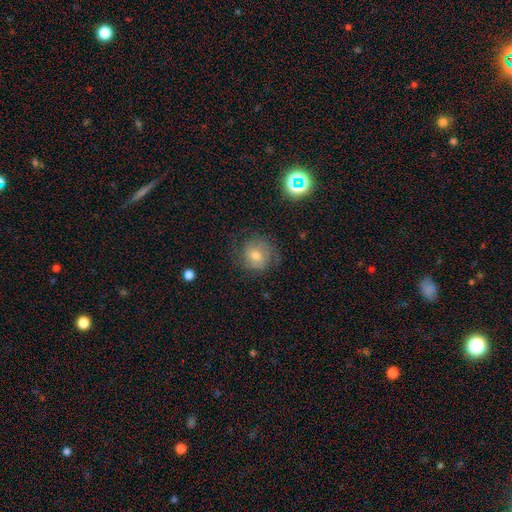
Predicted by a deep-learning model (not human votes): This is marginally a featured or disk galaxy (44%). Merging: likely none (71%).